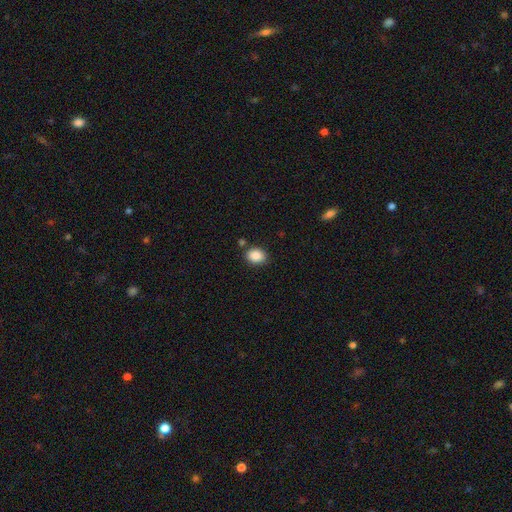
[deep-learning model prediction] smooth 88%, star or artifact 8%, featured or disk 4%. Down the decision tree: how rounded — in between (59%); merging — none (81%).